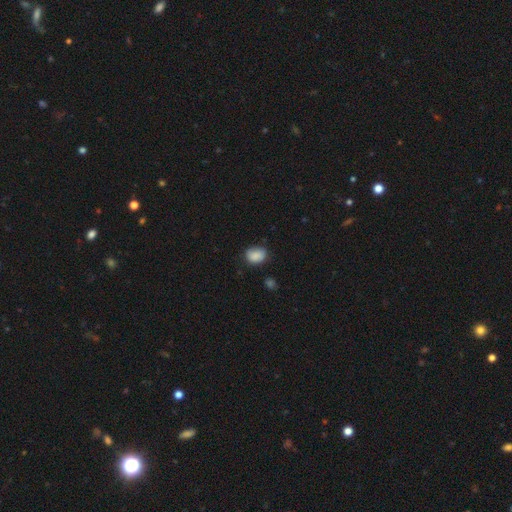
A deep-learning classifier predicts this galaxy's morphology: This is clearly a smooth galaxy (86%). How rounded: likely in between (62%). Merging: likely none (69%).